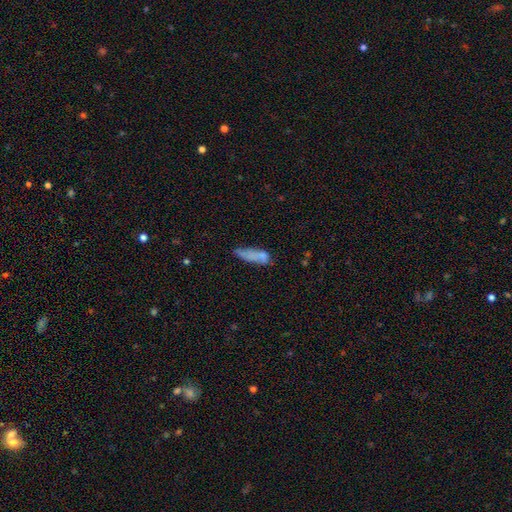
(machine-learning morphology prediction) Smooth or featured?
  - smooth: 68% *
  - featured or disk: 22%
  - star or artifact: 10%
How rounded?
  - cigar-shaped: 58% *
  - in between: 40%
  - round: 3%
Merging?
  - none: 44% *
  - minor disturbance: 27%
  - major disturbance: 16%
  - merger: 13%